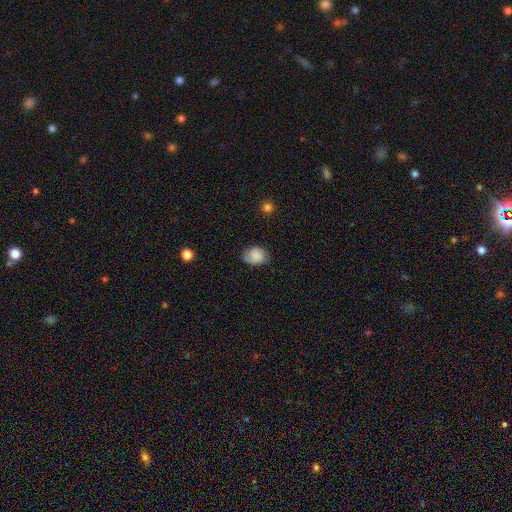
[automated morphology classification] Smooth or featured: smooth — 75% (featured or disk — 17%)
How rounded: in between — 59% (round — 40%)
Merging: none — 64% (minor disturbance — 27%)